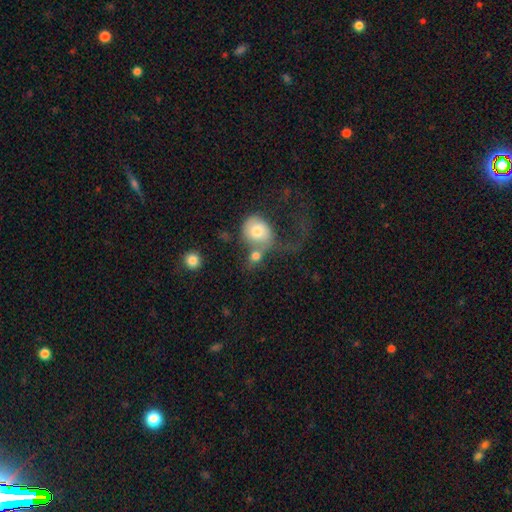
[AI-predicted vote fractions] A smooth galaxy with no disk features (73%) that is round (64%).

Vote fractions:
- Smooth or featured? smooth: 73% / featured or disk: 18% / star or artifact: 9%
- How rounded? round: 64% / in between: 34% / cigar-shaped: 2%
- Merging? merger: 54% / none: 21% / major disturbance: 16% / minor disturbance: 9%